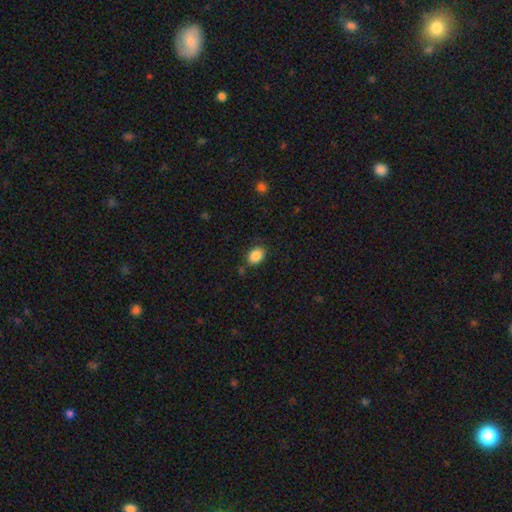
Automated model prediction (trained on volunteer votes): Smooth or featured: smooth — 87% (star or artifact — 9%)
How rounded: in between — 70% (round — 29%)
Merging: none — 79% (minor disturbance — 14%)